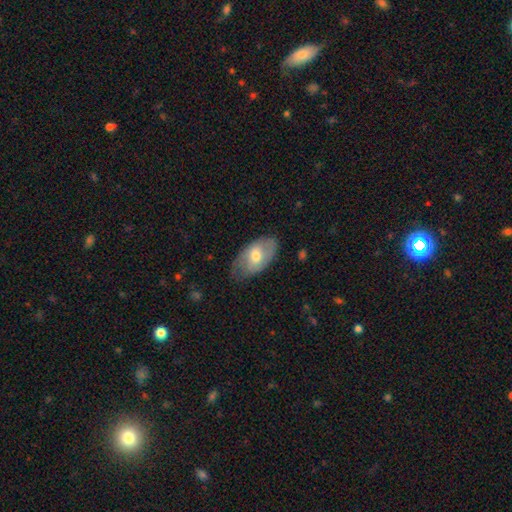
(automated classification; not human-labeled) Morphology: type=smooth (55%); roundness=in between (93%); merging=none (67%).